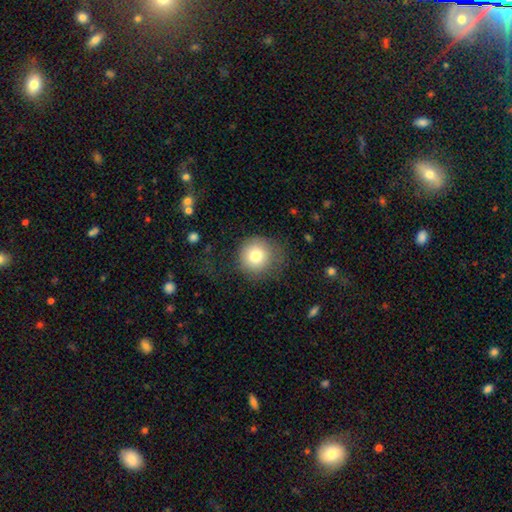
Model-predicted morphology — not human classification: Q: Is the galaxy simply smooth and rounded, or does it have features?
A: smooth — 78%.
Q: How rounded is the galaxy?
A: round — 93%.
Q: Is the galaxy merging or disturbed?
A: none — 69%.